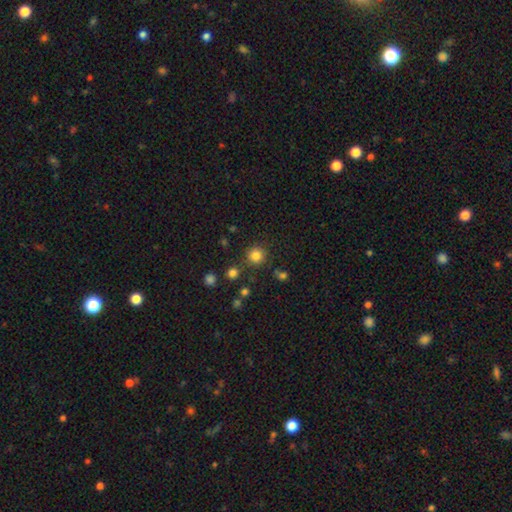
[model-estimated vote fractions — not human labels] Smooth or featured? Predicted: smooth (p=0.82). How rounded? Predicted: round (p=0.93). Merging? Predicted: none (p=0.84).